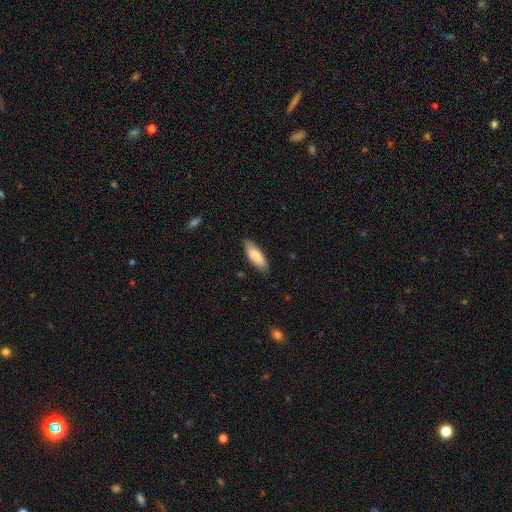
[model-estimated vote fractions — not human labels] smooth-or-featured: smooth: 80% | featured or disk: 14% | star or artifact: 6%
  how-rounded: in between: 63% | cigar-shaped: 35% | round: 2%
  merging: none: 82% | minor disturbance: 15% | major disturbance: 2% | merger: 1%